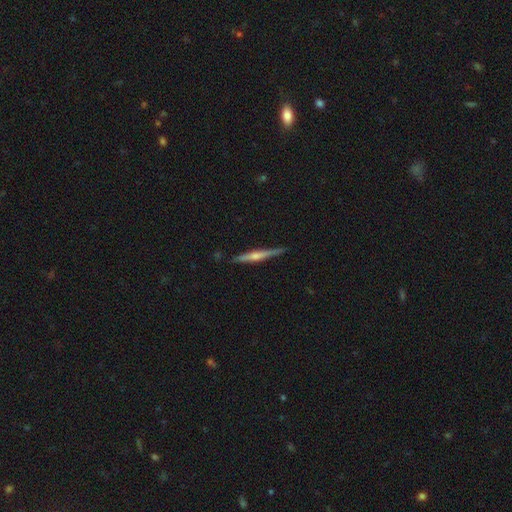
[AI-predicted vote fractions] Smooth or featured?
  - featured or disk: 77% *
  - smooth: 18%
  - star or artifact: 6%
Edge-on disk?
  - yes: 98% *
  - no: 2%
Edge-on bulge?
  - rounded: 77% *
  - none: 13%
  - boxy: 10%
Merging?
  - none: 89% *
  - minor disturbance: 8%
  - major disturbance: 1%
  - merger: 1%